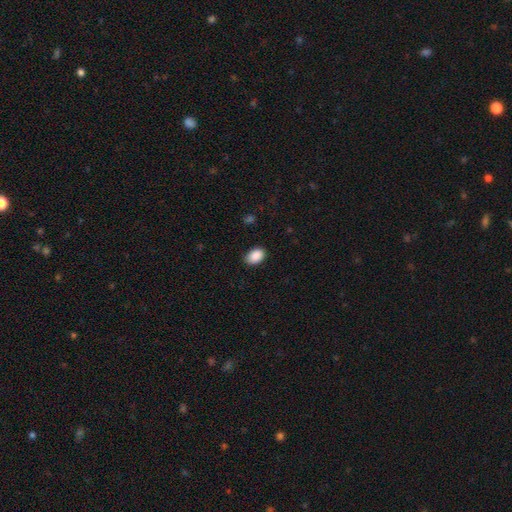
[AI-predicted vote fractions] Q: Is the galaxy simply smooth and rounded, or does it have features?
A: smooth — 90%.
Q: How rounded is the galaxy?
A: in between — 87%.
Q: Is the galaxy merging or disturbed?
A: none — 84%.